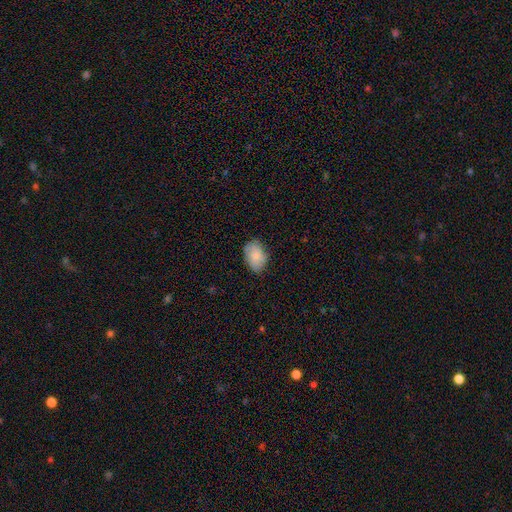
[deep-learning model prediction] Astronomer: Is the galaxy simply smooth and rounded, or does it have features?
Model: smooth — 81%.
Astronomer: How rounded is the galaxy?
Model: in between — 83%.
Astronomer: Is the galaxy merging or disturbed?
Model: none — 77%.